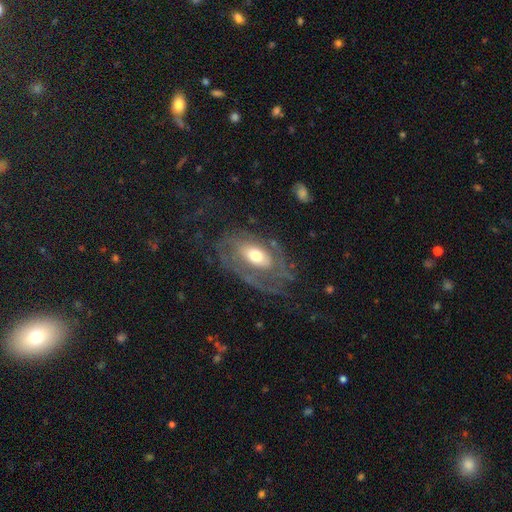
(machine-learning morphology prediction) The model was most divided on "spiral arm count": can't tell: 40%, 2: 32%, 1: 10%, 3: 9%, 4: 4%, more than 4: 4%. More confident: edge-on disk — no (93%); spiral arms — yes (75%); smooth or featured — featured or disk (74%); bar — no (72%); bulge size — moderate (64%); merging — none (57%); spiral winding — tight (50%).